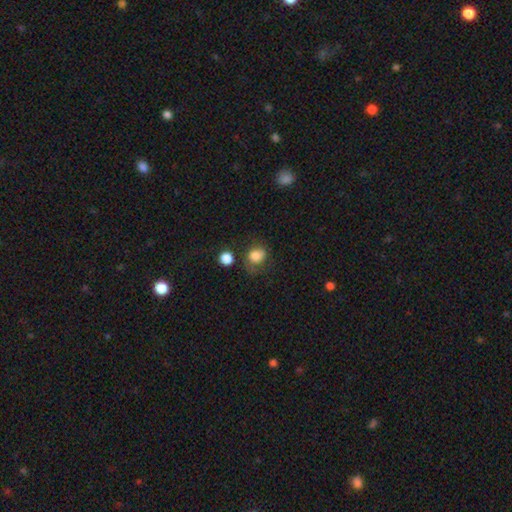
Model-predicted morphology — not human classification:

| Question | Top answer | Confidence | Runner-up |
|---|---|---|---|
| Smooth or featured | smooth | 77% | featured or disk (13%) |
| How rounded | round | 60% | in between (39%) |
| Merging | none | 48% | minor disturbance (27%) |